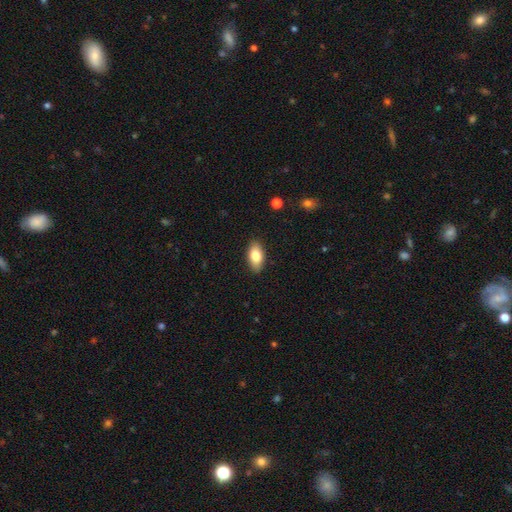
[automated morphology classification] A smooth galaxy with no disk features (81%) that is in between round and cigar-shaped (91%).

Vote fractions:
- Smooth or featured? smooth: 81% / featured or disk: 12% / star or artifact: 7%
- How rounded? in between: 91% / cigar-shaped: 5% / round: 4%
- Merging? none: 88% / minor disturbance: 9% / major disturbance: 2% / merger: 1%